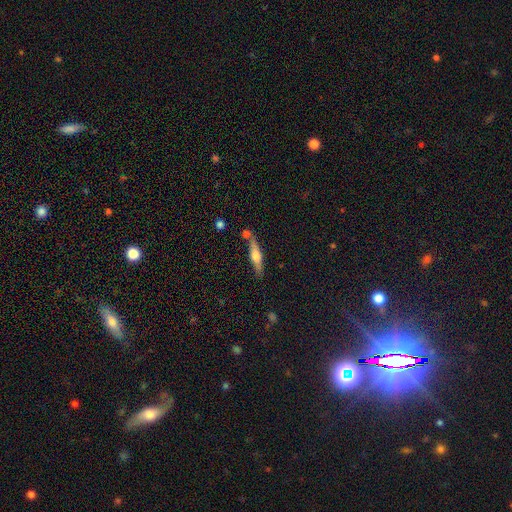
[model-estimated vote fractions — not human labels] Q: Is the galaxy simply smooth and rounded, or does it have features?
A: featured or disk — 61%.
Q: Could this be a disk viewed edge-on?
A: yes — 96%.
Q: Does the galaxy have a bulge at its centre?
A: rounded — 91%.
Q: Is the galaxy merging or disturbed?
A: none — 79%.